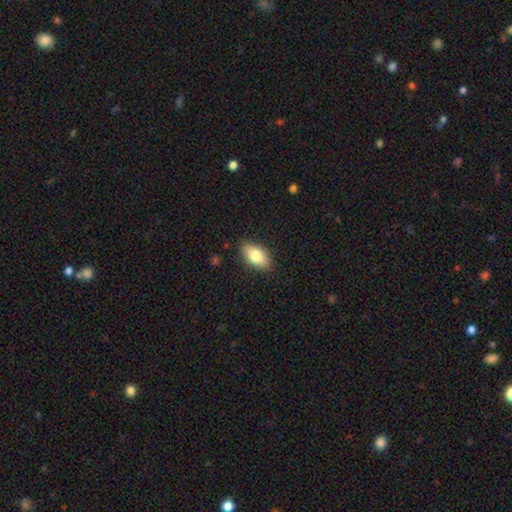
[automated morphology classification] smooth_or_featured: smooth (p=0.78) [alt: featured or disk p=0.15]
how_rounded: in between (p=0.91) [alt: round p=0.05]
merging: none (p=0.86) [alt: minor disturbance p=0.10]